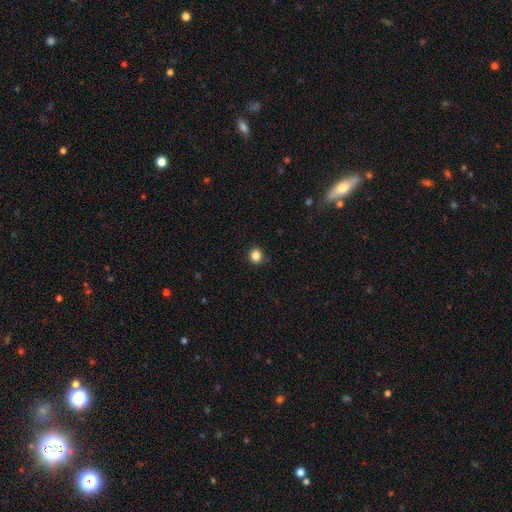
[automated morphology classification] The model was most divided on "how rounded": round: 86%, in between: 13%, cigar-shaped: 1%. More confident: merging — none (91%); smooth or featured — smooth (85%).